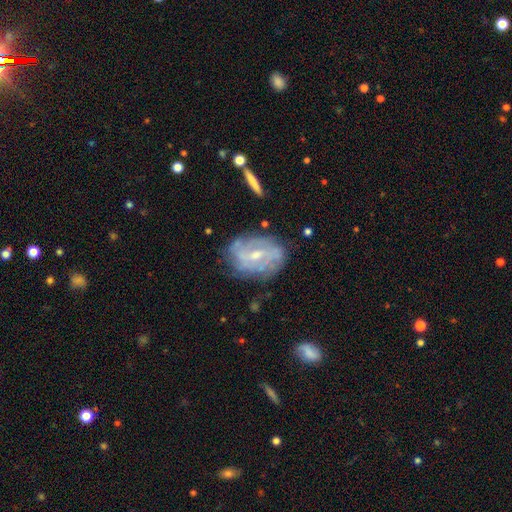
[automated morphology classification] featured or disk 76%, smooth 17%, star or artifact 8%. Down the decision tree: edge-on disk — no (95%); bar — weak (52%); spiral arms — yes (79%); spiral arm count — can't tell (45%); spiral winding — tight (51%); bulge size — small (51%); merging — none (68%).